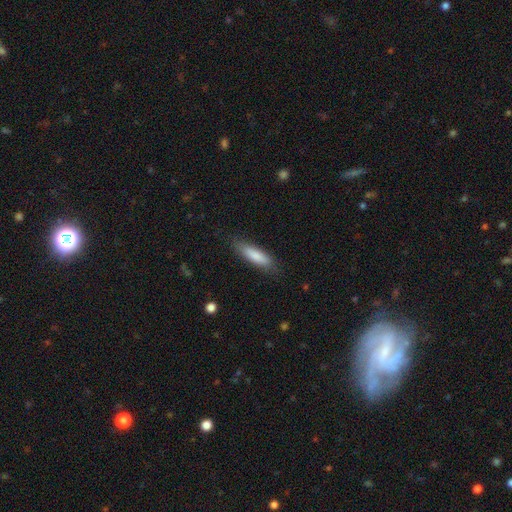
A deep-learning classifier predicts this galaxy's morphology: Smooth or featured?
  - smooth: 82% *
  - featured or disk: 12%
  - star or artifact: 6%
How rounded?
  - cigar-shaped: 65% *
  - in between: 34%
  - round: 1%
Merging?
  - none: 81% *
  - minor disturbance: 15%
  - major disturbance: 3%
  - merger: 1%